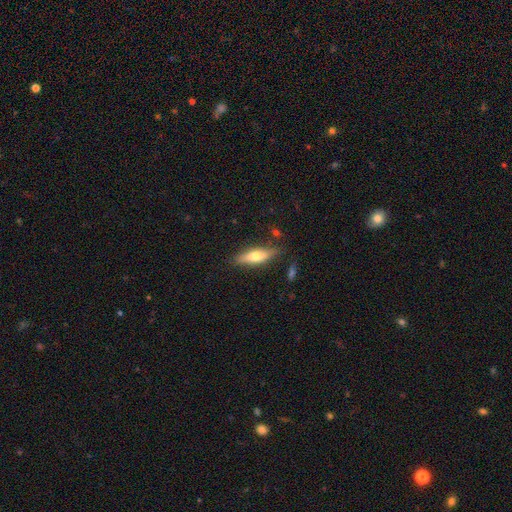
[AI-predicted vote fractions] This is likely a smooth galaxy (62%). How rounded: possibly in between (51%). Merging: likely none (79%).